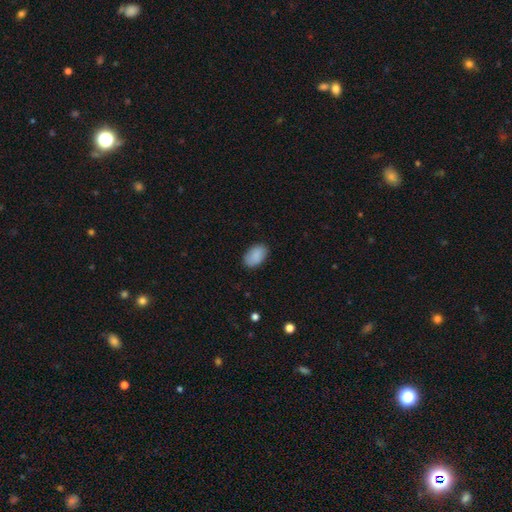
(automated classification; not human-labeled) Q: Smooth or featured?
A: smooth (88%); runner-up: star or artifact (7%)
Q: How rounded?
A: in between (91%); runner-up: round (7%)
Q: Merging?
A: none (84%); runner-up: minor disturbance (12%)